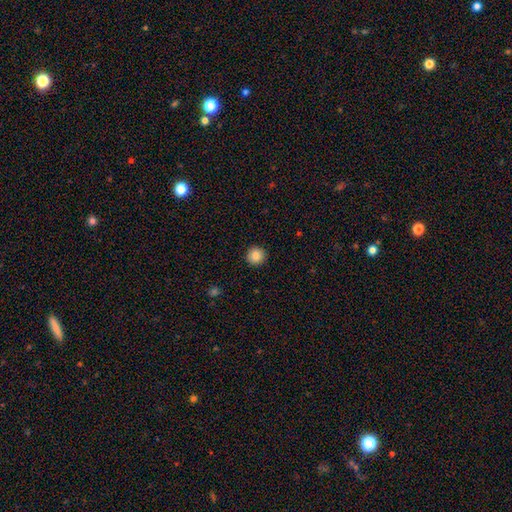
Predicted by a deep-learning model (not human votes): Smooth or featured? smooth (85%)
How rounded? round (95%)
Merging? none (92%)